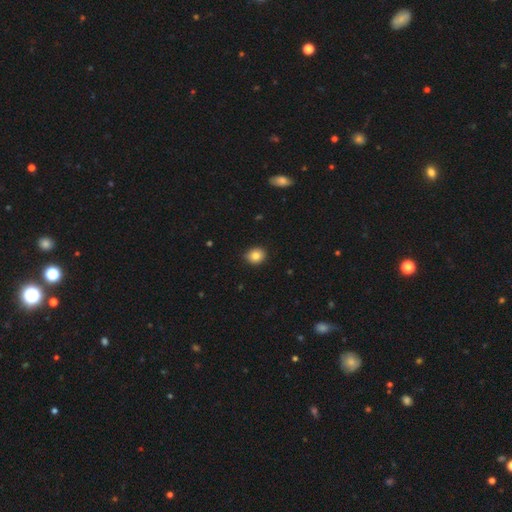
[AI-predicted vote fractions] smooth_or_featured: smooth (p=0.83) [alt: star or artifact p=0.10]
how_rounded: round (p=0.65) [alt: in between p=0.34]
merging: none (p=0.87) [alt: minor disturbance p=0.10]